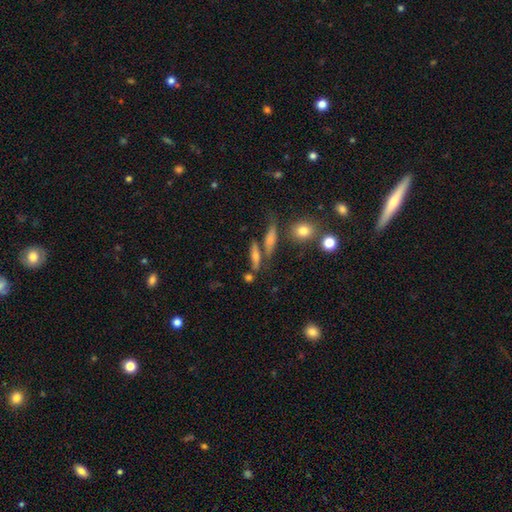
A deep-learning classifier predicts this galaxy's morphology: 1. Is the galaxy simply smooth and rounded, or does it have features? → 45% smooth, 40% featured or disk, 14% star or artifact.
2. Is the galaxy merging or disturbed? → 60% none, 19% merger, 14% minor disturbance, 7% major disturbance.